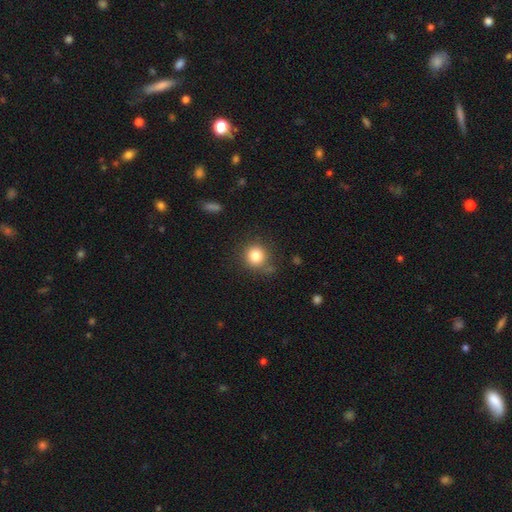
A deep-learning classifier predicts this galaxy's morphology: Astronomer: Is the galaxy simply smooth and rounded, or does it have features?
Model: smooth — 82%.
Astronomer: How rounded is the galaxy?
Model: round — 91%.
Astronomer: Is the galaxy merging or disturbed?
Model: none — 78%.